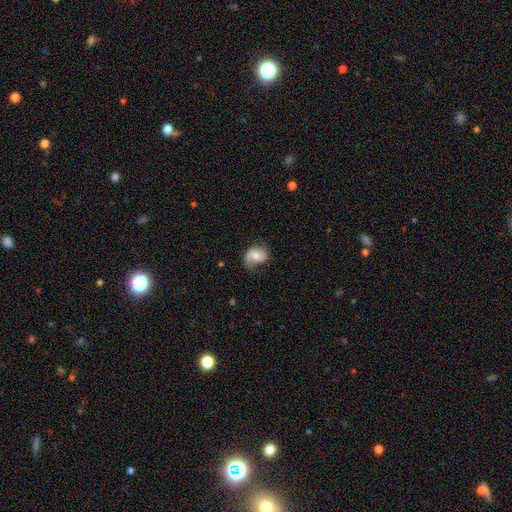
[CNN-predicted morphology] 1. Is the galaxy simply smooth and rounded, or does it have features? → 60% featured or disk, 32% smooth, 7% star or artifact.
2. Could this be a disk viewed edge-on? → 97% no, 3% yes.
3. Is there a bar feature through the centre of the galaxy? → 59% no, 32% weak, 9% strong.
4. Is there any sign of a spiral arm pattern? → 88% yes, 12% no.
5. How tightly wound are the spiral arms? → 44% loose, 38% medium, 19% tight.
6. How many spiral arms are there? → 64% 2, 27% 1, 7% can't tell, 1% 3, 1% 4, 1% more than 4.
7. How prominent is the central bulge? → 63% moderate, 27% small, 7% large, 2% none, 1% dominant.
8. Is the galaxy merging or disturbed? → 56% none, 27% minor disturbance, 15% major disturbance, 2% merger.